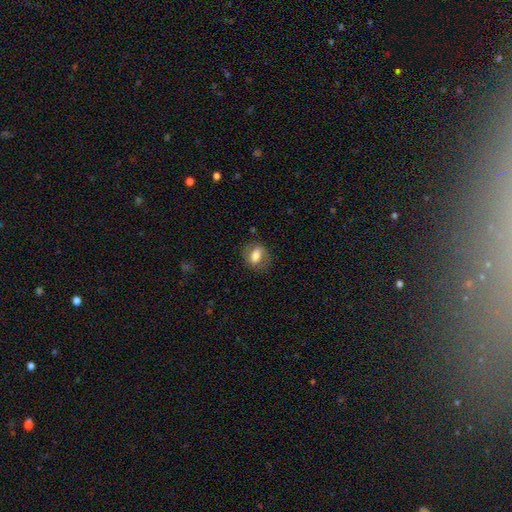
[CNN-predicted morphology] type=smooth (67%); roundness=in between (72%); merging=none (74%).